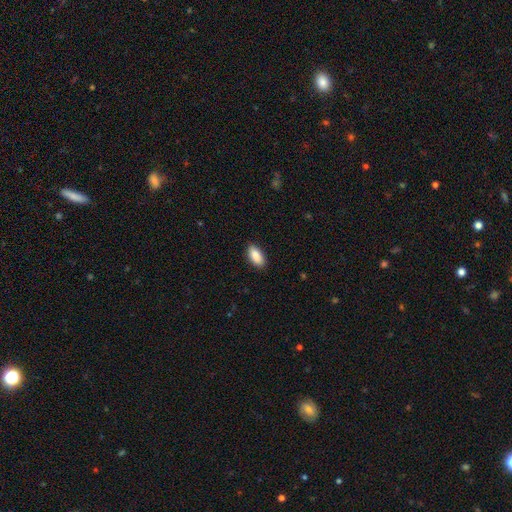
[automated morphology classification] smooth_or_featured: smooth (p=0.89) [alt: star or artifact p=0.06]
how_rounded: in between (p=0.91) [alt: cigar-shaped p=0.07]
merging: none (p=0.88) [alt: minor disturbance p=0.09]